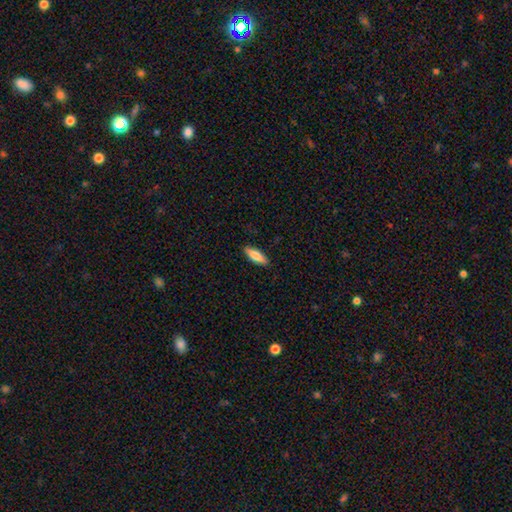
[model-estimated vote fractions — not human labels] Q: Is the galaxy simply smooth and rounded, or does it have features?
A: smooth — 75%.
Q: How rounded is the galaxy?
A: in between — 50%.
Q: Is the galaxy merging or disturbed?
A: none — 89%.